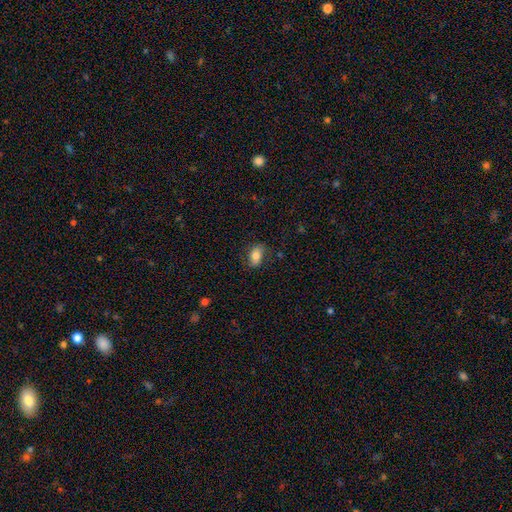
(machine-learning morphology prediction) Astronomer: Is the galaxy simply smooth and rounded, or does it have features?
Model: smooth — 78%.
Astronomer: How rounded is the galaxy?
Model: in between — 87%.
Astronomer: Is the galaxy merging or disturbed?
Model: none — 75%.